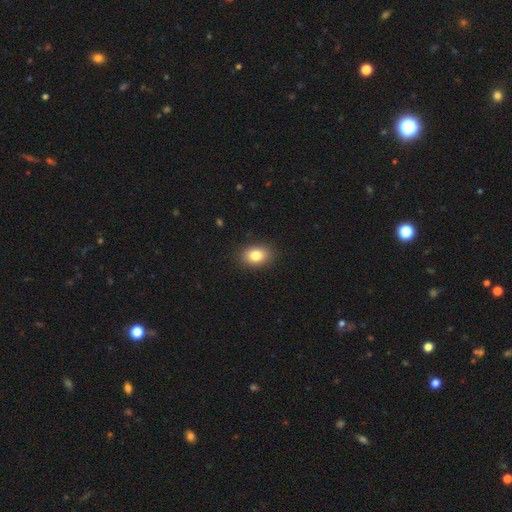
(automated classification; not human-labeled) smooth-or-featured: smooth: 82% | star or artifact: 9% | featured or disk: 9%
  how-rounded: in between: 76% | round: 23% | cigar-shaped: 1%
  merging: none: 89% | minor disturbance: 8% | major disturbance: 2% | merger: 1%